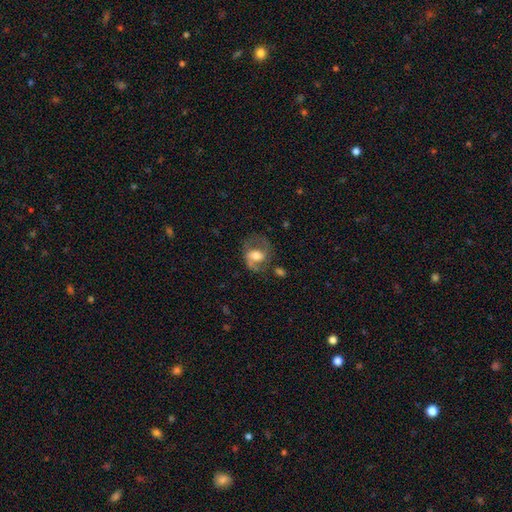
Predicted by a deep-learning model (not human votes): A featured or disk galaxy (64%) with a weak bar (41%), spiral arms (78%) and a moderate central bulge (61%).

Vote fractions:
- Smooth or featured? featured or disk: 64% / smooth: 29% / star or artifact: 7%
- Edge-on disk? no: 96% / yes: 4%
- Bar? weak: 41% / no: 37% / strong: 23%
- Spiral arms? yes: 78% / no: 22%
- Bulge size? moderate: 61% / large: 22% / small: 13% / dominant: 2% / none: 2%
- Merging? none: 56% / minor disturbance: 21% / major disturbance: 19% / merger: 4%